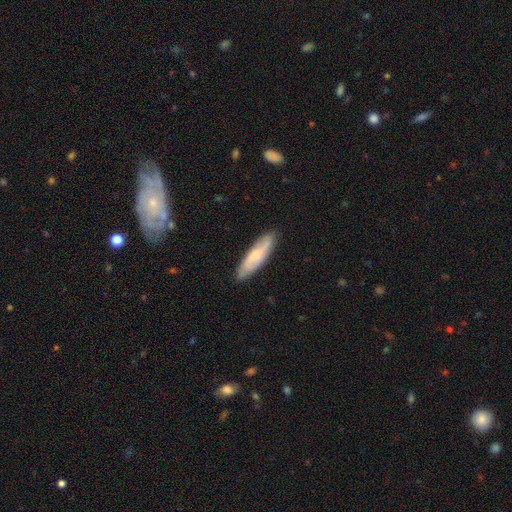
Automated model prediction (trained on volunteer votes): This is possibly a smooth galaxy (49%). Merging: clearly none (84%).